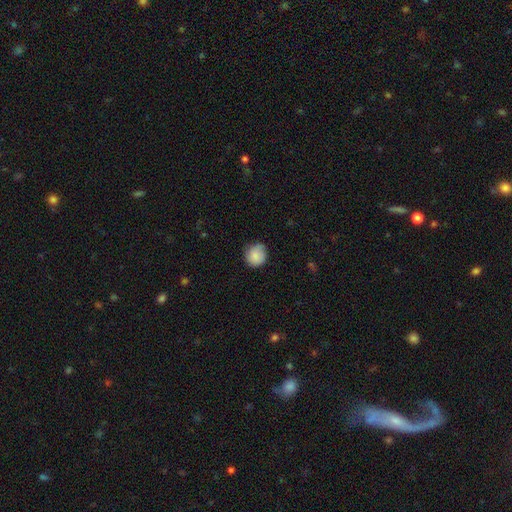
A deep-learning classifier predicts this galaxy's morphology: smooth_or_featured: smooth (p=0.84) [alt: featured or disk p=0.09]
how_rounded: round (p=0.86) [alt: in between p=0.13]
merging: none (p=0.69) [alt: minor disturbance p=0.25]